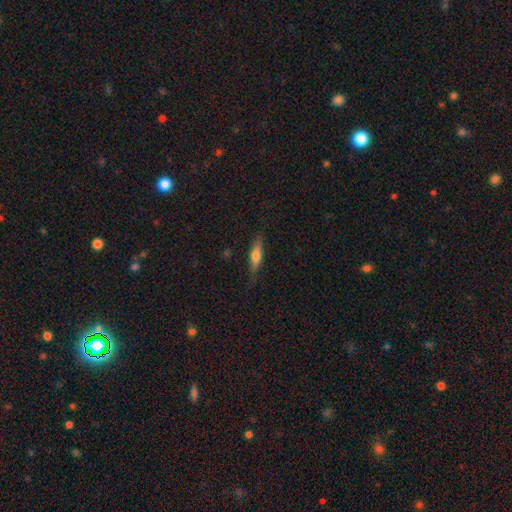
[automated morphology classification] type=smooth (61%); roundness=cigar-shaped (69%); merging=none (80%).